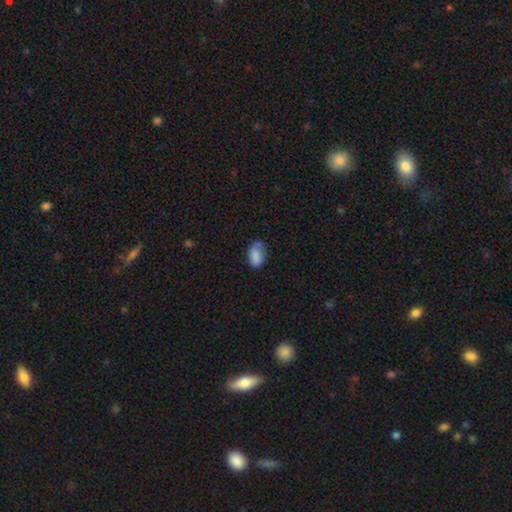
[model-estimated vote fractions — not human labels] A smooth galaxy with no disk features (84%) that is in between round and cigar-shaped (86%). Merging: none (55%).